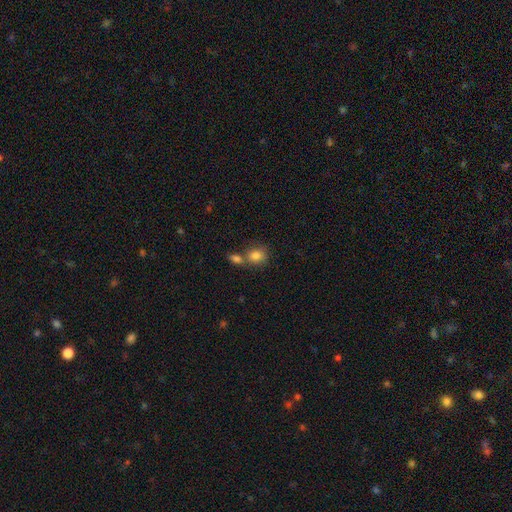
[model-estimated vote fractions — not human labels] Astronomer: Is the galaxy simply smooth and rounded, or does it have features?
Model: smooth — 82%.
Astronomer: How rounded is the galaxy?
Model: round — 58% (runner-up: in between, 41%).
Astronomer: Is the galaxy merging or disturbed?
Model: none — 48% (runner-up: merger, 36%).